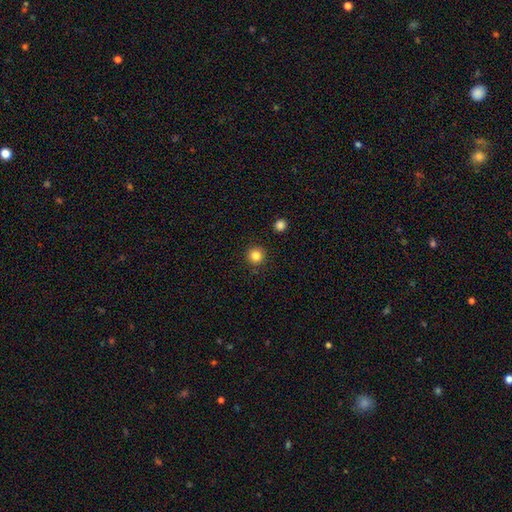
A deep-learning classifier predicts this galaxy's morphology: This is clearly a smooth galaxy (84%). How rounded: clearly round (95%). Merging: clearly none (91%).